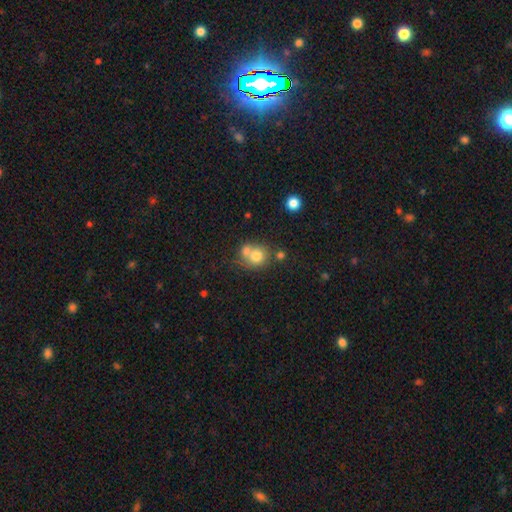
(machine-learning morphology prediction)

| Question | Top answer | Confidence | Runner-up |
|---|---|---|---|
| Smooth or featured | smooth | 74% | featured or disk (15%) |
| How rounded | round | 79% | in between (20%) |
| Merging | merger | 47% | none (39%) |